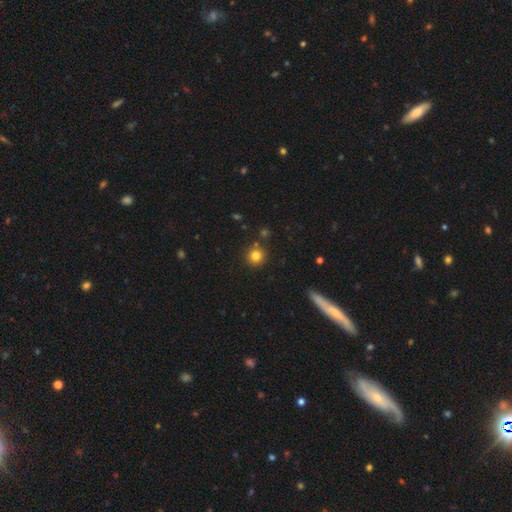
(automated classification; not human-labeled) Smooth or featured? Predicted: smooth (p=0.81). How rounded? Predicted: round (p=0.93). Merging? Predicted: none (p=0.84).